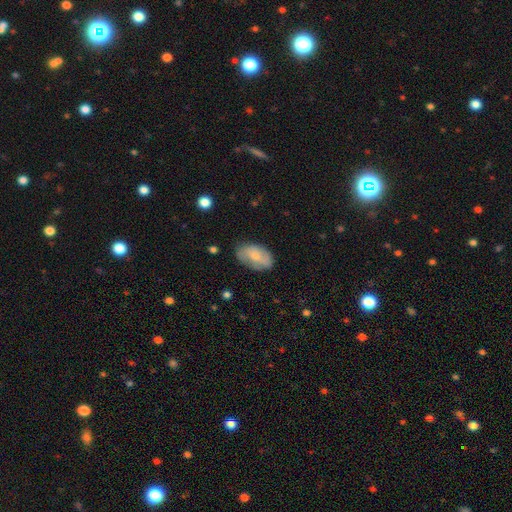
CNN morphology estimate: Smooth or featured? smooth (67%)
How rounded? in between (92%)
Merging? none (72%)